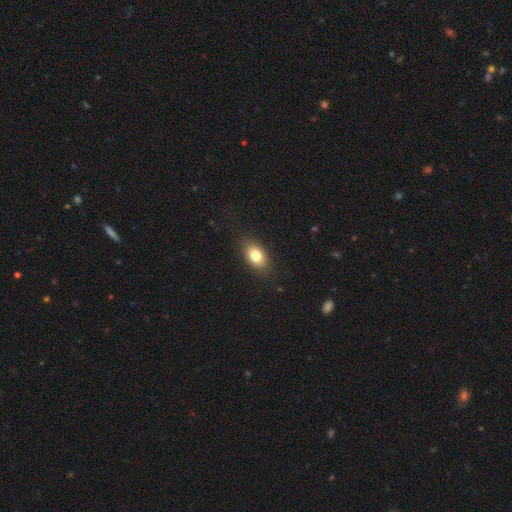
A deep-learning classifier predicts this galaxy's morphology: A smooth galaxy with no disk features (79%) that is in between round and cigar-shaped (86%).

Vote fractions:
- Smooth or featured? smooth: 79% / featured or disk: 12% / star or artifact: 9%
- How rounded? in between: 86% / round: 12% / cigar-shaped: 2%
- Merging? none: 85% / minor disturbance: 11% / major disturbance: 3% / merger: 1%